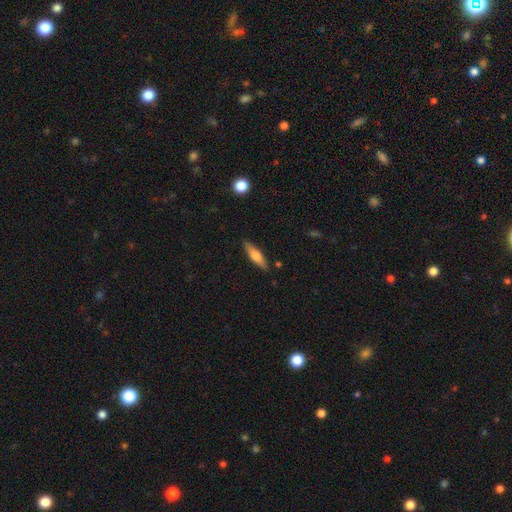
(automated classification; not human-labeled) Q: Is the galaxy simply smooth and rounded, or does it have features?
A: smooth — 57%.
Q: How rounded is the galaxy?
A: cigar-shaped — 69%.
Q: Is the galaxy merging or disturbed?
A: none — 86%.